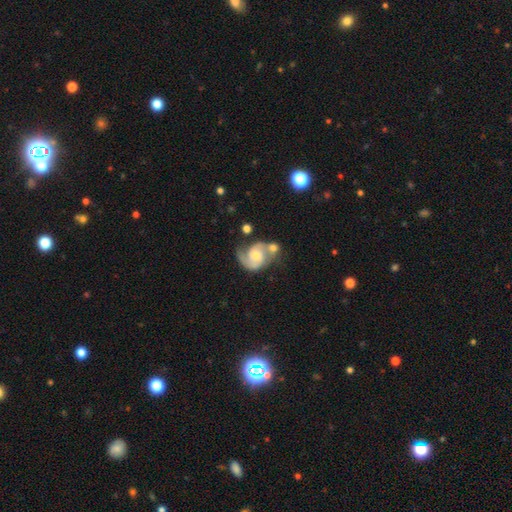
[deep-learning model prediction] smooth_or_featured: featured or disk (p=0.83) [alt: smooth p=0.11]
disk_edge_on: no (p=0.98) [alt: yes p=0.02]
bar: no (p=0.66) [alt: weak p=0.29]
has_spiral_arms: yes (p=0.96) [alt: no p=0.04]
spiral_winding: medium (p=0.51) [alt: tight p=0.26]
spiral_arm_count: 2 (p=0.85) [alt: 1 p=0.06]
bulge_size: small (p=0.45) [alt: moderate p=0.43]
merging: none (p=0.38) [alt: merger p=0.34]